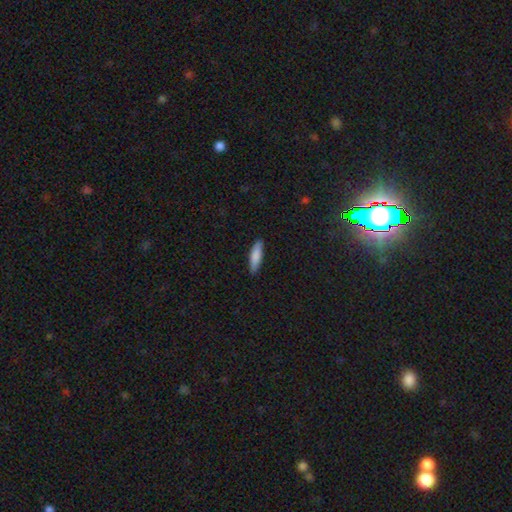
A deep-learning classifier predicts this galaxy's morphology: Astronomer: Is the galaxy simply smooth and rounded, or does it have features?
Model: smooth — 84%.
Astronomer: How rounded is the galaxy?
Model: cigar-shaped — 69%.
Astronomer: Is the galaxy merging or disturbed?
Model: none — 89%.